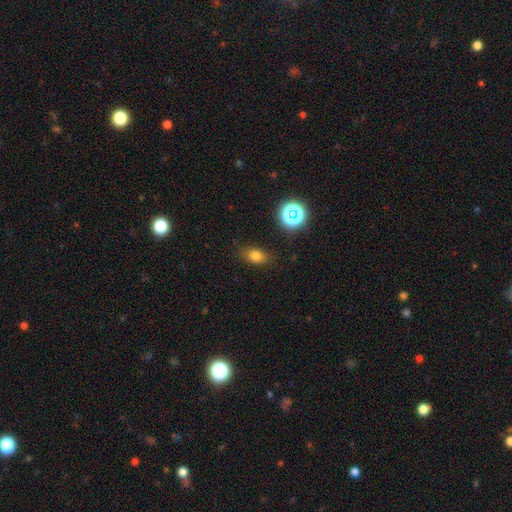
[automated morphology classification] Smooth or featured? smooth (74%)
How rounded? in between (75%)
Merging? none (81%)